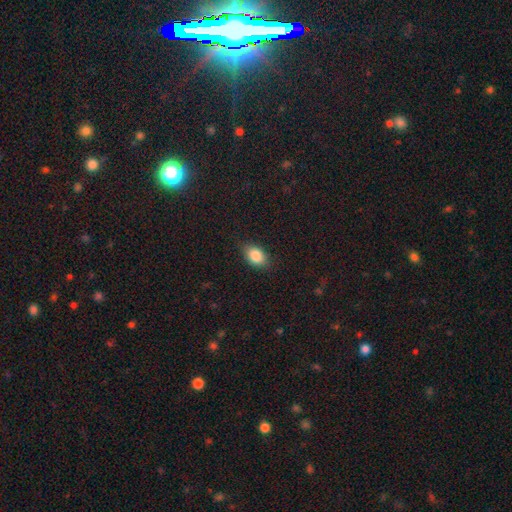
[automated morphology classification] Smooth or featured?
  - smooth: 86% *
  - star or artifact: 8%
  - featured or disk: 6%
How rounded?
  - in between: 84% *
  - round: 14%
  - cigar-shaped: 2%
Merging?
  - none: 84% *
  - minor disturbance: 12%
  - major disturbance: 3%
  - merger: 1%